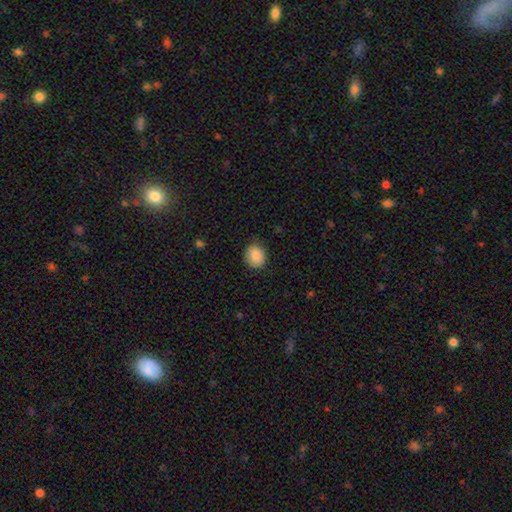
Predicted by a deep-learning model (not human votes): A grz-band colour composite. It shows a smooth galaxy with no disk features (88%) that is round (66%). Merging: none (82%).